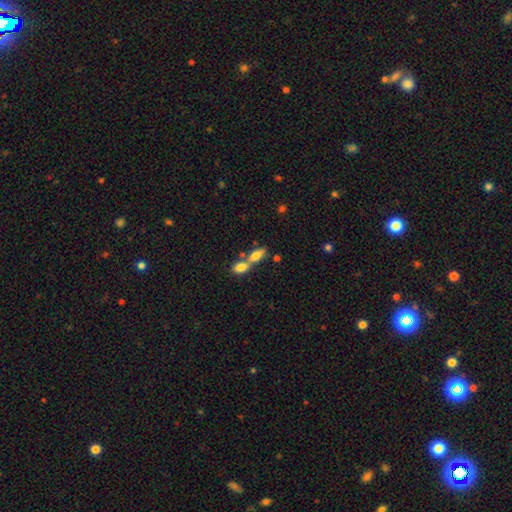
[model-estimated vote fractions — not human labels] smooth 68%, featured or disk 23%, star or artifact 9%. Down the decision tree: how rounded — in between (71%); merging — merger (60%).